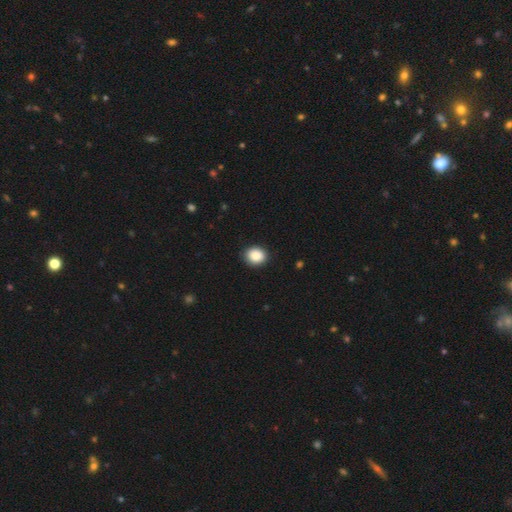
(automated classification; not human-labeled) smooth 88%, star or artifact 8%, featured or disk 3%. Down the decision tree: how rounded — round (66%); merging — none (90%).